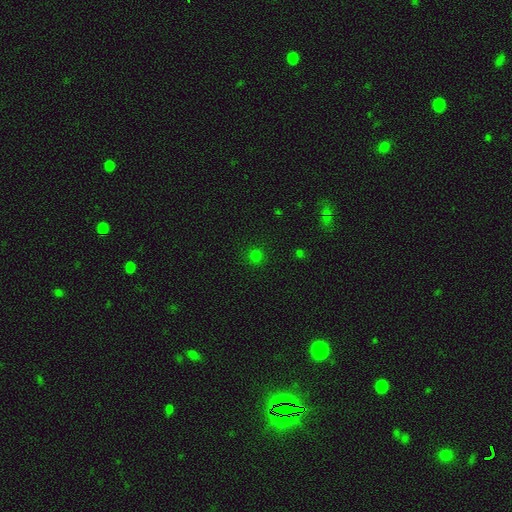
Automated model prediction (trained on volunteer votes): The model was most divided on "smooth or featured": smooth: 74%, star or artifact: 22%, featured or disk: 4%. More confident: how rounded — round (91%); merging — none (89%).